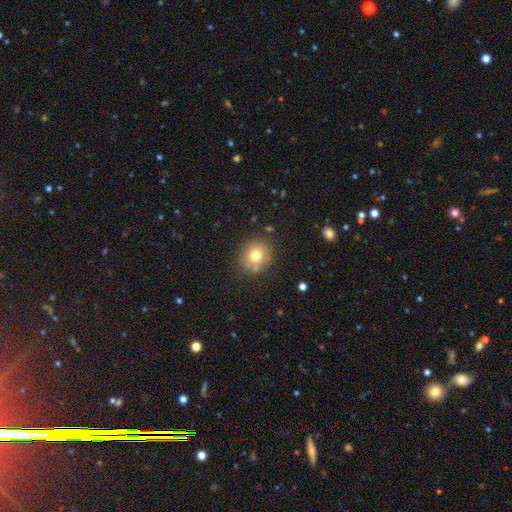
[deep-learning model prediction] smooth_or_featured: smooth (p=0.74) [alt: featured or disk p=0.13]
how_rounded: round (p=0.77) [alt: in between p=0.23]
merging: none (p=0.79) [alt: minor disturbance p=0.12]